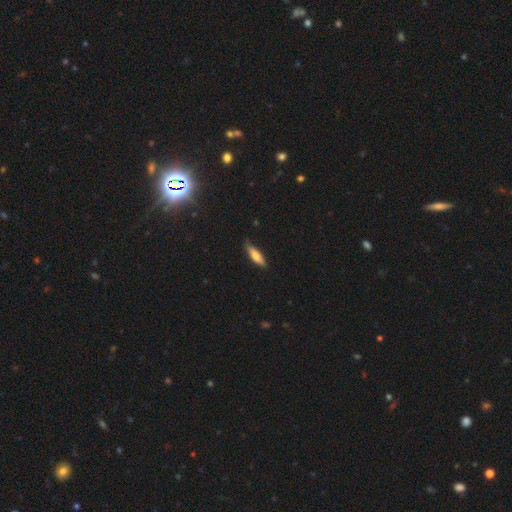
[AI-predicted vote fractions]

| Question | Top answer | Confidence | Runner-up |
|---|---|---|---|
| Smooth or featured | smooth | 66% | featured or disk (28%) |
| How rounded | cigar-shaped | 63% | in between (35%) |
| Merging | none | 82% | minor disturbance (14%) |